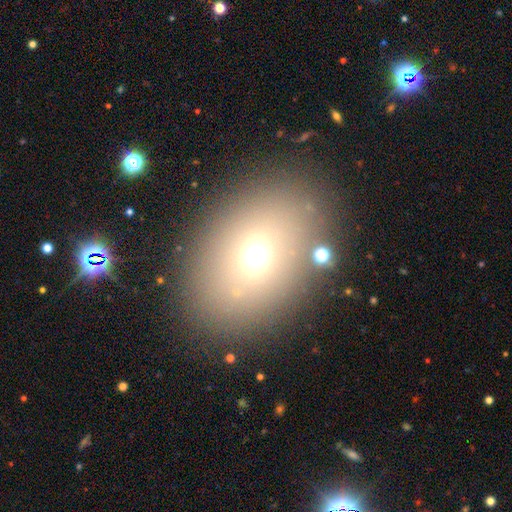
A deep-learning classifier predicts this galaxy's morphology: Smooth or featured? smooth (64%)
How rounded? in between (68%)
Merging? none (82%)